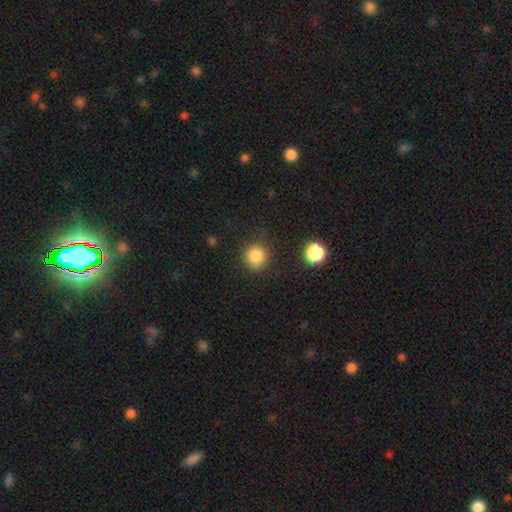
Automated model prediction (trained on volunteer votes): Smooth or featured? Predicted: smooth (p=0.85). How rounded? Predicted: round (p=0.92). Merging? Predicted: none (p=0.85).